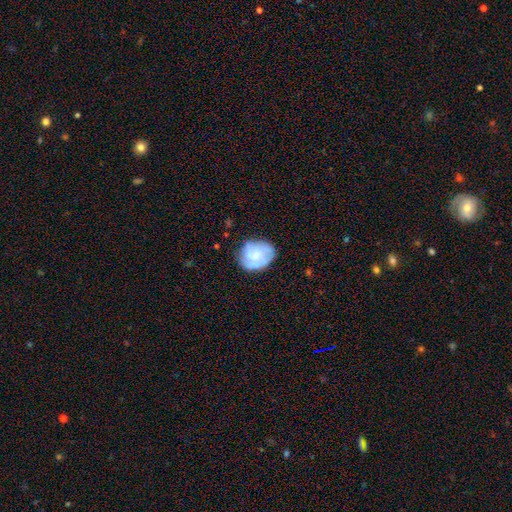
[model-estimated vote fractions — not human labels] This is possibly a featured or disk galaxy (60%). It is clearly not viewed edge-on (98%). Bar: likely no (72%). Spiral arm pattern: clearly yes (81%). Central bulge: marginally small (36%). Merging: likely none (68%).